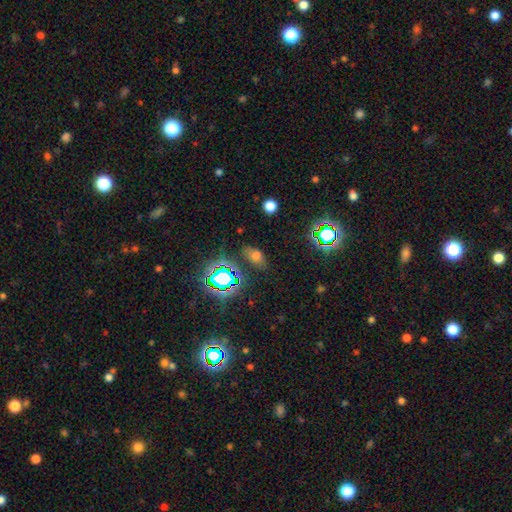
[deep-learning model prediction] smooth_or_featured: smooth (p=0.57) [alt: star or artifact p=0.31]
how_rounded: in between (p=0.83) [alt: round p=0.12]
merging: none (p=0.72) [alt: minor disturbance p=0.17]